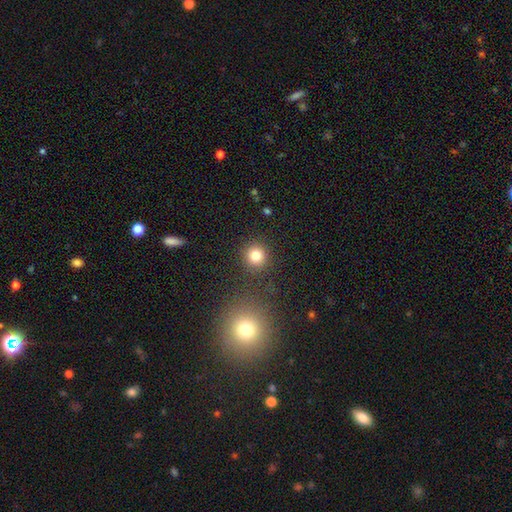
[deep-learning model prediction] Morphology: type=smooth (81%); roundness=round (93%); merging=none (87%).